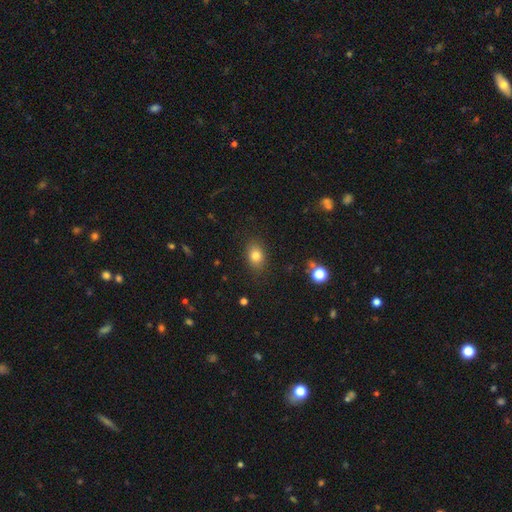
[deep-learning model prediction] smooth 81%, star or artifact 11%, featured or disk 8%. Down the decision tree: how rounded — in between (68%); merging — none (85%).